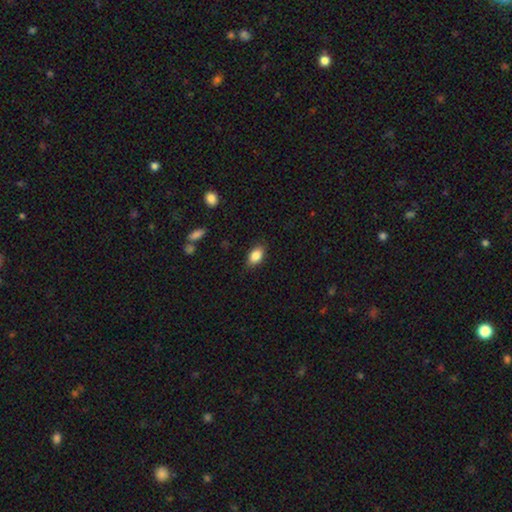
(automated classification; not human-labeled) Smooth or featured: smooth — 85% (star or artifact — 8%)
How rounded: in between — 86% (round — 11%)
Merging: none — 81% (minor disturbance — 14%)